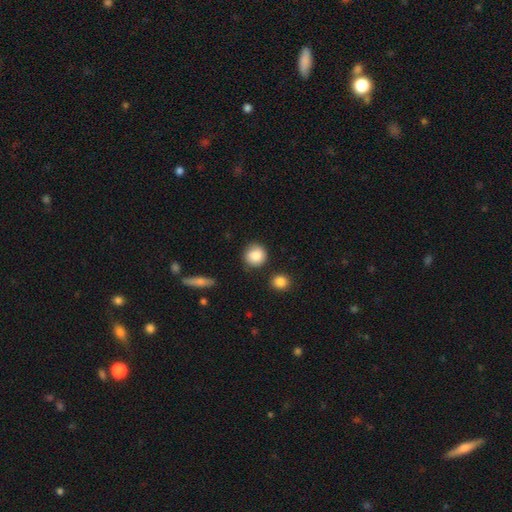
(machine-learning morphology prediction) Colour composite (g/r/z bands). It shows a smooth galaxy with no disk features (85%) that is round (90%). Merging: none (80%).